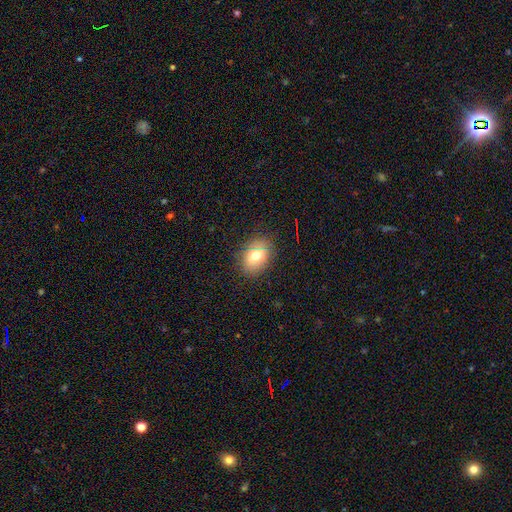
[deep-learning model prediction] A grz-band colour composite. It shows a smooth galaxy with no disk features (70%) that is in between round and cigar-shaped (68%). Merging: none (84%).